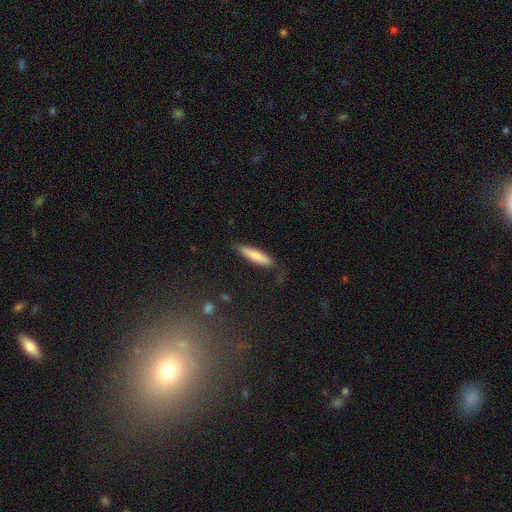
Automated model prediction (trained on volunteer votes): Q: Smooth or featured?
A: smooth (78%); runner-up: featured or disk (17%)
Q: How rounded?
A: cigar-shaped (84%); runner-up: in between (15%)
Q: Merging?
A: none (81%); runner-up: minor disturbance (14%)